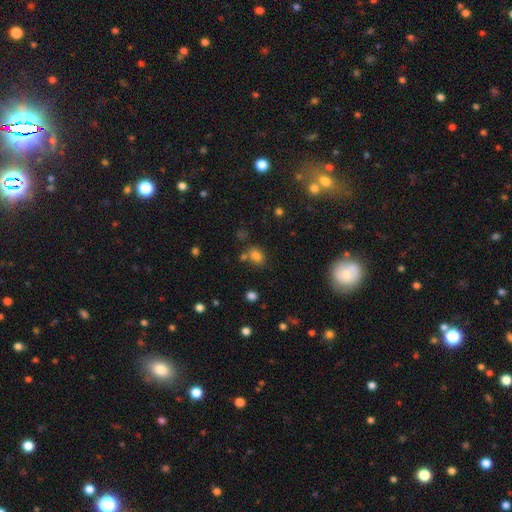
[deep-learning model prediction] Smooth or featured: smooth — 79% (star or artifact — 14%)
How rounded: in between — 60% (round — 39%)
Merging: none — 67% (merger — 15%)